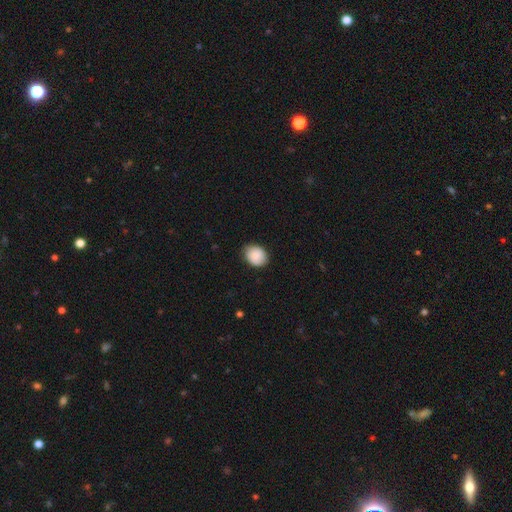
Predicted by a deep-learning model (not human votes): smooth-or-featured: smooth: 83% | featured or disk: 10% | star or artifact: 7%
  how-rounded: in between: 53% | round: 46% | cigar-shaped: 1%
  merging: none: 80% | minor disturbance: 17% | major disturbance: 3% | merger: 1%